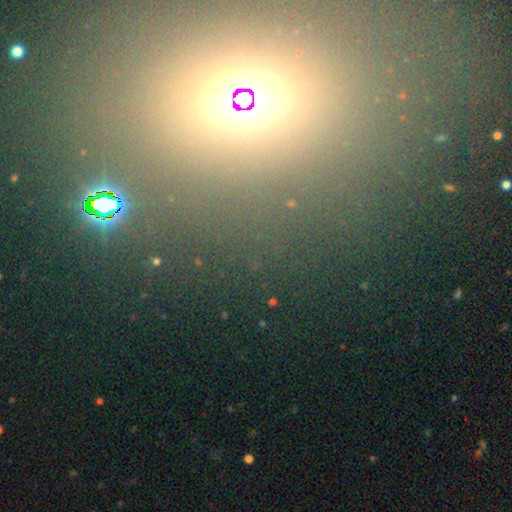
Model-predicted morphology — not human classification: smooth_or_featured: star or artifact (p=0.64) [alt: smooth p=0.25]